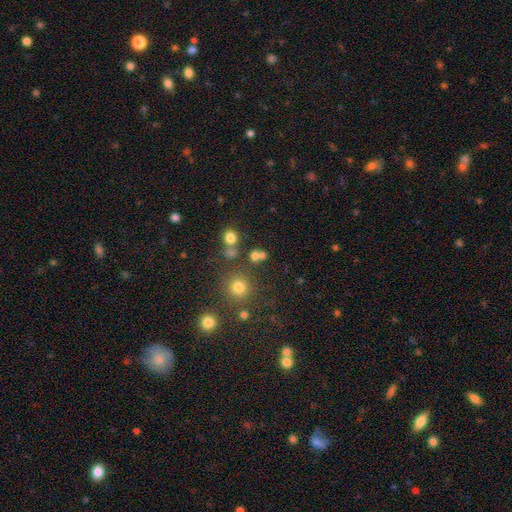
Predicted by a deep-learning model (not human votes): Morphology: type=smooth (69%); roundness=round (84%); merging=none (64%).